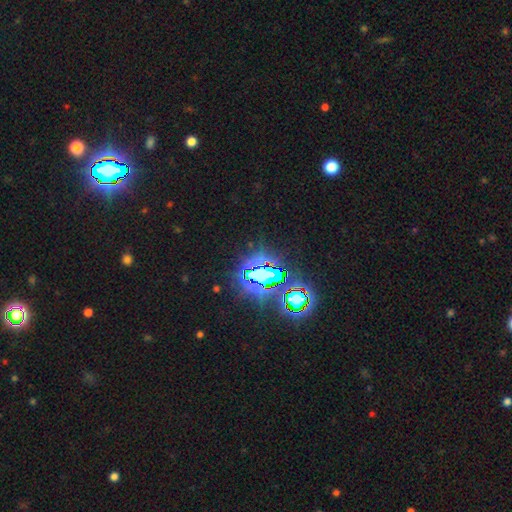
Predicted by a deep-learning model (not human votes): Q: Smooth or featured?
A: star or artifact (81%); runner-up: smooth (13%)